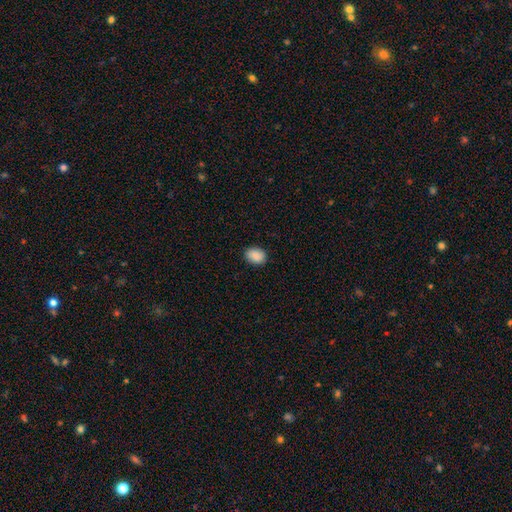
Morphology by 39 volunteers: This appears to be a smooth galaxy with no disk features (95%) that is in between round and cigar-shaped (78%). Merging: none (92%).